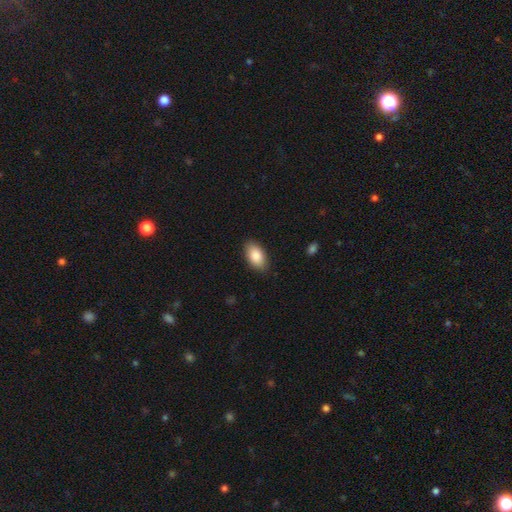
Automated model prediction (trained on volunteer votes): A smooth galaxy with no disk features (85%) that is in between round and cigar-shaped (94%). Merging: none (87%).